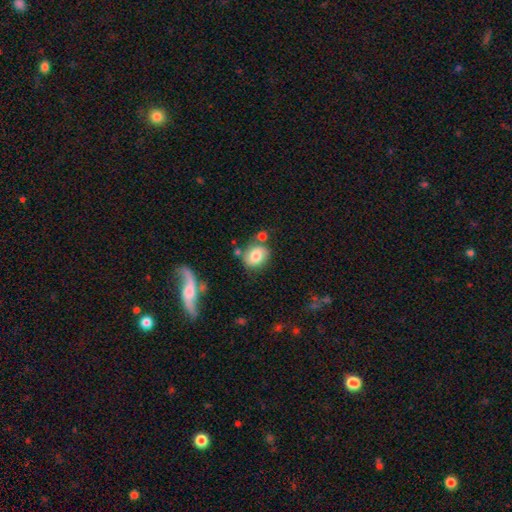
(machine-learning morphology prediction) Smooth or featured?
  - smooth: 77% *
  - featured or disk: 14%
  - star or artifact: 8%
How rounded?
  - round: 54% *
  - in between: 45%
  - cigar-shaped: 1%
Merging?
  - none: 68% *
  - minor disturbance: 15%
  - merger: 12%
  - major disturbance: 5%